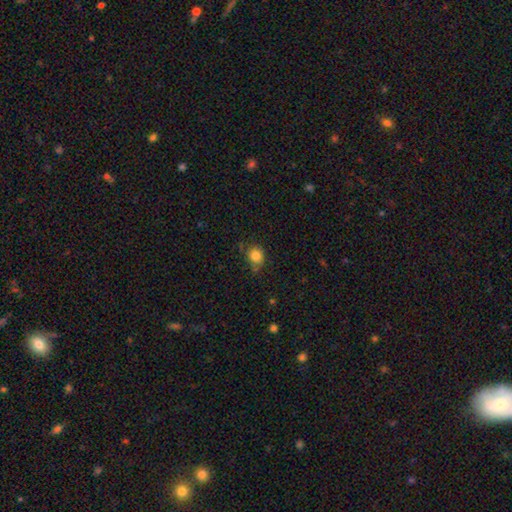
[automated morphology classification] Smooth or featured?
  - smooth: 84% *
  - star or artifact: 11%
  - featured or disk: 5%
How rounded?
  - round: 80% *
  - in between: 19%
  - cigar-shaped: 1%
Merging?
  - none: 69% *
  - minor disturbance: 21%
  - merger: 5%
  - major disturbance: 5%